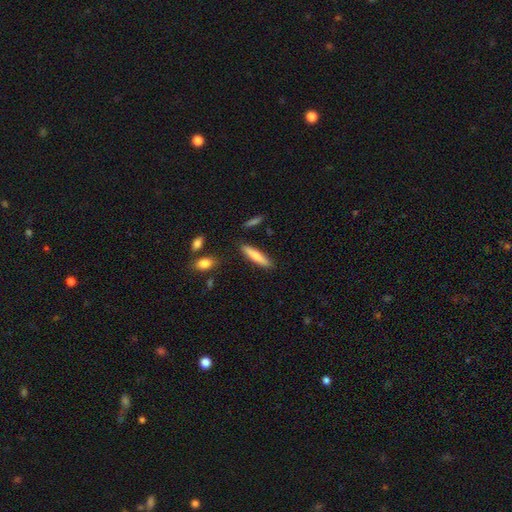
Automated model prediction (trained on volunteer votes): smooth_or_featured: smooth (p=0.69) [alt: featured or disk p=0.25]
how_rounded: cigar-shaped (p=0.85) [alt: in between p=0.13]
merging: none (p=0.87) [alt: minor disturbance p=0.09]